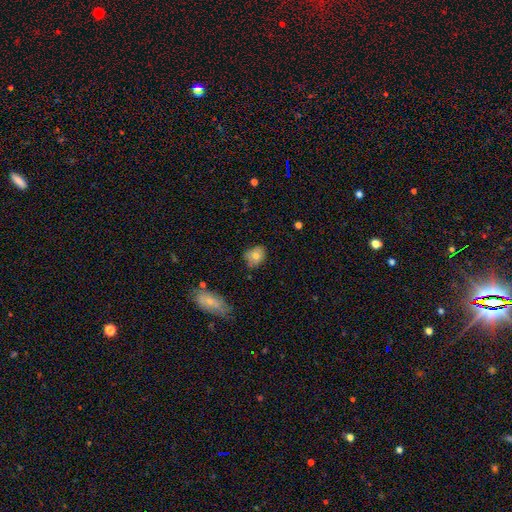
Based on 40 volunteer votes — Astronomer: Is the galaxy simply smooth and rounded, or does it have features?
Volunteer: smooth — 72%.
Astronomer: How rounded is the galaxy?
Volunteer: round — 52% (runner-up: in between, 48%).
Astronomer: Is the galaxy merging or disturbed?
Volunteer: none — 63%.